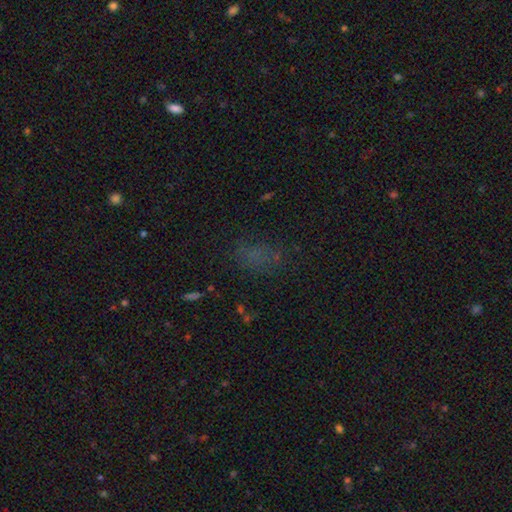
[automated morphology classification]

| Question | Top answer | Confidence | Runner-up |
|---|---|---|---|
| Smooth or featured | smooth | 57% | star or artifact (32%) |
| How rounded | in between | 80% | round (15%) |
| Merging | none | 64% | minor disturbance (19%) |